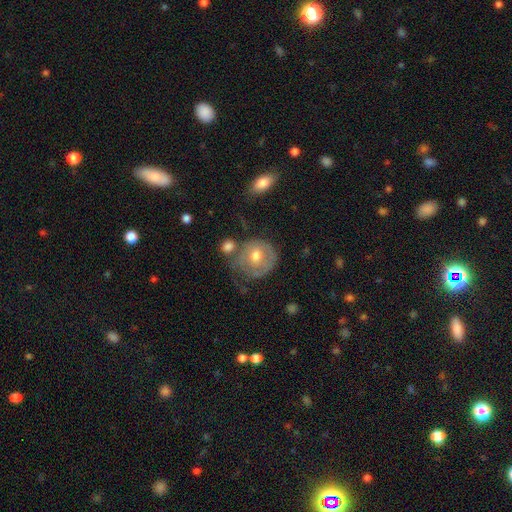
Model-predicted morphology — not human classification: A featured or disk galaxy (48%). Merging: none (55%).